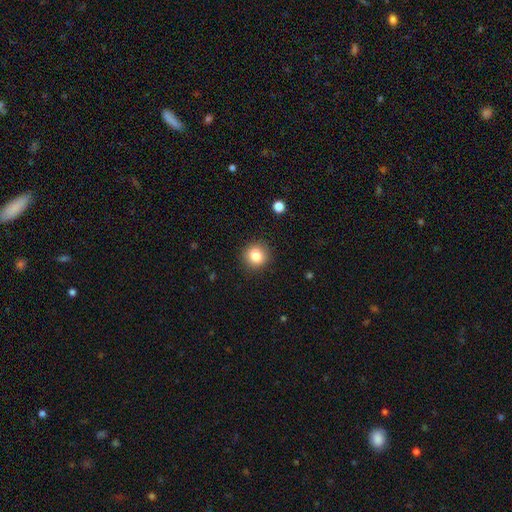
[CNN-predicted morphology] Smooth or featured?
  - smooth: 83% *
  - star or artifact: 11%
  - featured or disk: 7%
How rounded?
  - round: 91% *
  - in between: 8%
  - cigar-shaped: 1%
Merging?
  - none: 90% *
  - minor disturbance: 7%
  - major disturbance: 2%
  - merger: 1%